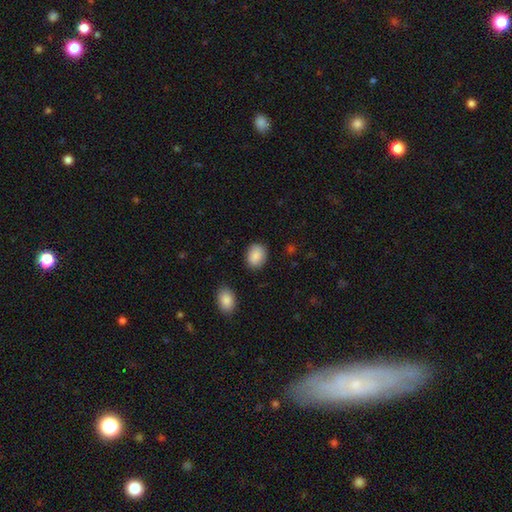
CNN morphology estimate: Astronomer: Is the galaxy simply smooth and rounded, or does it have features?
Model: smooth — 86%.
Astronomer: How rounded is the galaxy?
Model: in between — 55% (runner-up: round, 44%).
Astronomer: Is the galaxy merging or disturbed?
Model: none — 85%.